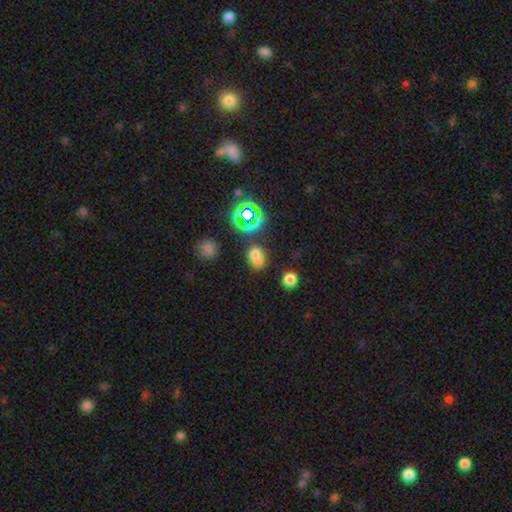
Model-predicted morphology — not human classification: A smooth galaxy with no disk features (62%) that is in between round and cigar-shaped (65%).

Vote fractions:
- Smooth or featured? smooth: 62% / star or artifact: 29% / featured or disk: 9%
- How rounded? in between: 65% / round: 34% / cigar-shaped: 2%
- Merging? none: 64% / minor disturbance: 18% / merger: 11% / major disturbance: 7%